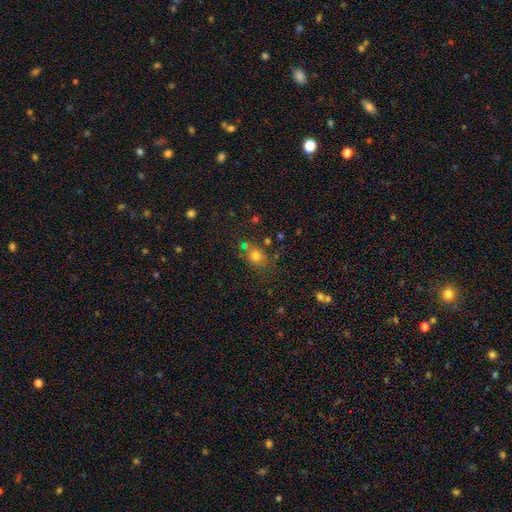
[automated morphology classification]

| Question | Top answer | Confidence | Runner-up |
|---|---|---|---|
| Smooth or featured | smooth | 74% | star or artifact (15%) |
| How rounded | round | 61% | in between (38%) |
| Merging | none | 64% | minor disturbance (18%) |